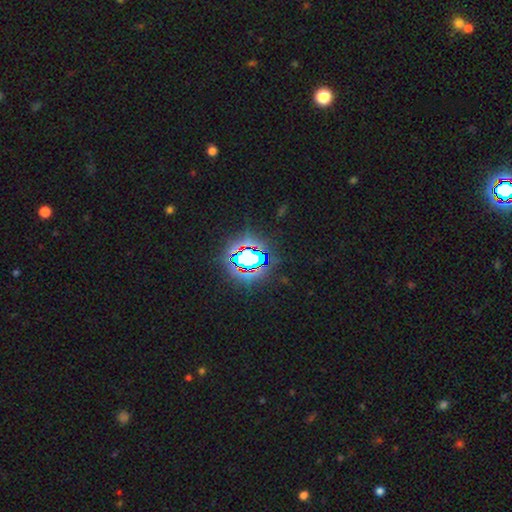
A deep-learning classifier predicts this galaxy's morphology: type=star or artifact (73%).